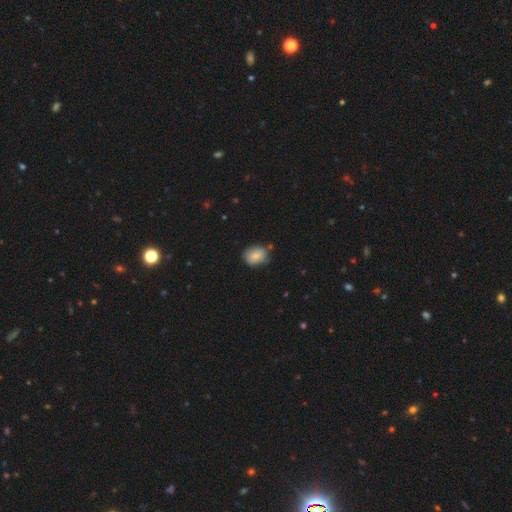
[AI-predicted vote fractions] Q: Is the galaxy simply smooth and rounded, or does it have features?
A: smooth — 84%.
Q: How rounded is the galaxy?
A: in between — 62%.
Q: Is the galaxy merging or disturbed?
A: none — 74%.